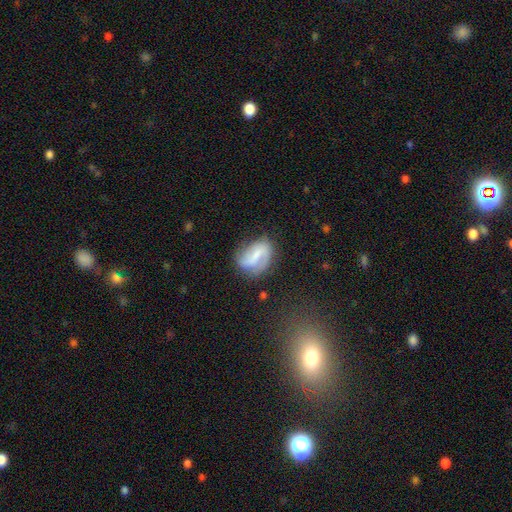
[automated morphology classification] A featured or disk galaxy (64%) with a weak bar (46%), 2 (74%) loose (40%, tied with medium) spiral arms (87%) and a small central bulge (43%).

Vote fractions:
- Smooth or featured? featured or disk: 64% / smooth: 28% / star or artifact: 8%
- Edge-on disk? no: 97% / yes: 3%
- Bar? weak: 46% / strong: 32% / no: 22%
- Spiral arms? yes: 87% / no: 13%
- Spiral winding? loose: 40% (tied) / medium: 40% (tied) / tight: 20%
- Spiral arm count? 2: 74% / 1: 11% / can't tell: 10% / 3: 2% / 4: 1% / more than 4: 1%
- Bulge size? small: 43% / none: 28% / moderate: 23% / large: 4% / dominant: 2%
- Merging? none: 61% / minor disturbance: 24% / major disturbance: 12% / merger: 3%